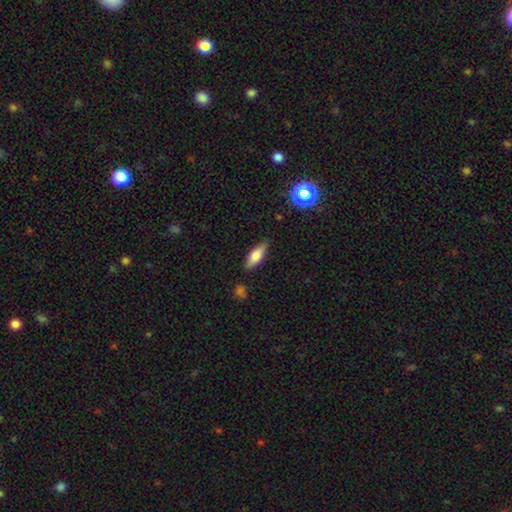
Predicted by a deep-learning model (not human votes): A smooth galaxy with no disk features (70%) that is in between round and cigar-shaped (64%).

Vote fractions:
- Smooth or featured? smooth: 70% / featured or disk: 23% / star or artifact: 8%
- How rounded? in between: 64% / cigar-shaped: 34% / round: 3%
- Merging? none: 83% / minor disturbance: 12% / major disturbance: 3% / merger: 2%